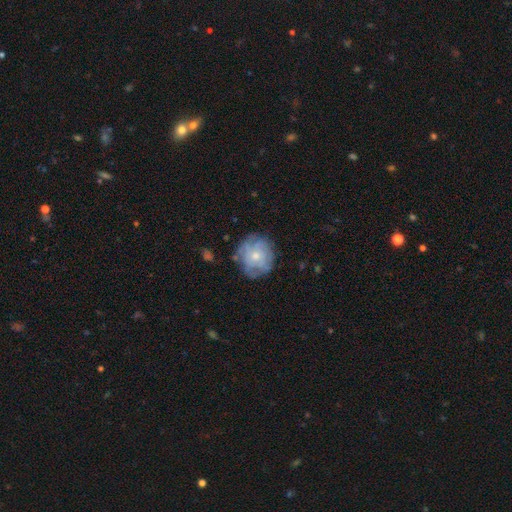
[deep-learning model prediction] featured or disk 56%, smooth 36%, star or artifact 8%. Down the decision tree: edge-on disk — no (97%); bar — no (86%); spiral arms — yes (62%); bulge size — small (50%); merging — none (71%).